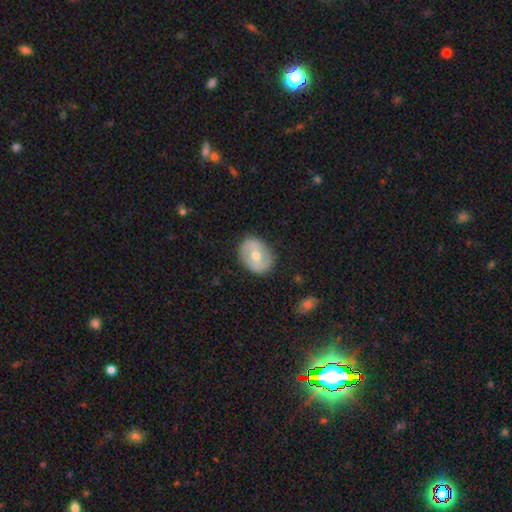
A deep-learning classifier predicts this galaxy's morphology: A featured or disk galaxy (51%).

Vote fractions:
- Smooth or featured? featured or disk: 51% / smooth: 42% / star or artifact: 7%
- Edge-on disk? no: 94% / yes: 6%
- Merging? none: 84% / minor disturbance: 12% / major disturbance: 3% / merger: 1%